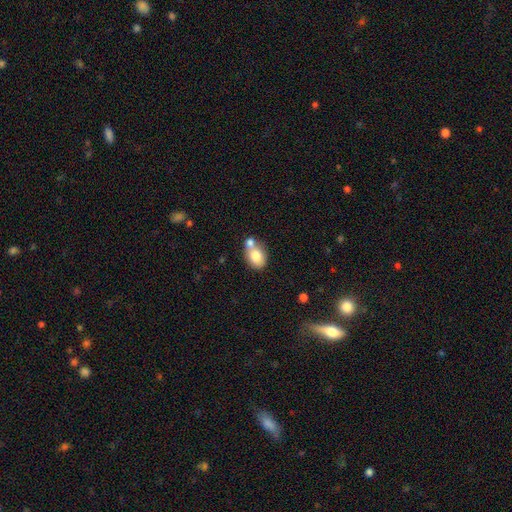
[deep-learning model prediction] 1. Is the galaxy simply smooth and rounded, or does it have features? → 77% smooth, 15% featured or disk, 8% star or artifact.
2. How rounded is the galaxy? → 64% in between, 34% round, 1% cigar-shaped.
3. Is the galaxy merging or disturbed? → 44% merger, 39% none, 12% minor disturbance, 4% major disturbance.